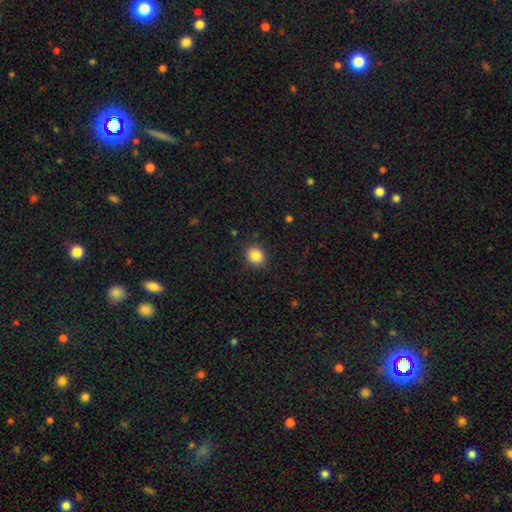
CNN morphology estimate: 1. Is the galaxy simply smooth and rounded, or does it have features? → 85% smooth, 10% star or artifact, 5% featured or disk.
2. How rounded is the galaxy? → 69% round, 31% in between, 1% cigar-shaped.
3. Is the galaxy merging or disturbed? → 88% none, 8% minor disturbance, 2% major disturbance, 1% merger.